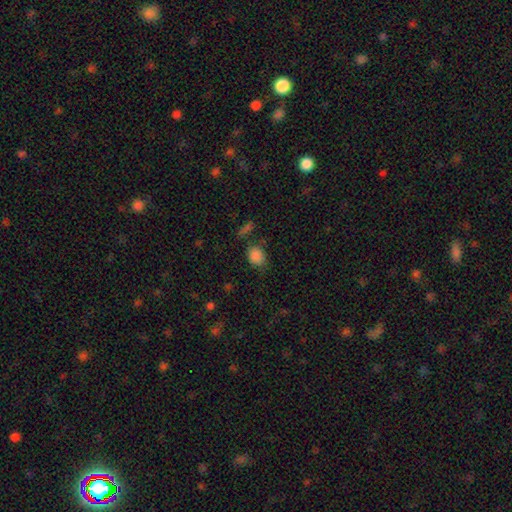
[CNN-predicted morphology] Smooth or featured? Predicted: smooth (p=0.84). How rounded? Predicted: round (p=0.54). Merging? Predicted: none (p=0.71).